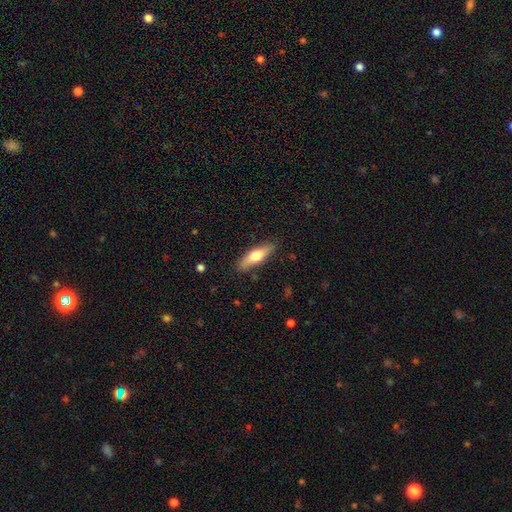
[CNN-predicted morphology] Smooth or featured?
  - smooth: 58% *
  - featured or disk: 37%
  - star or artifact: 6%
How rounded?
  - cigar-shaped: 58% *
  - in between: 39%
  - round: 2%
Merging?
  - none: 86% *
  - minor disturbance: 10%
  - major disturbance: 2%
  - merger: 1%